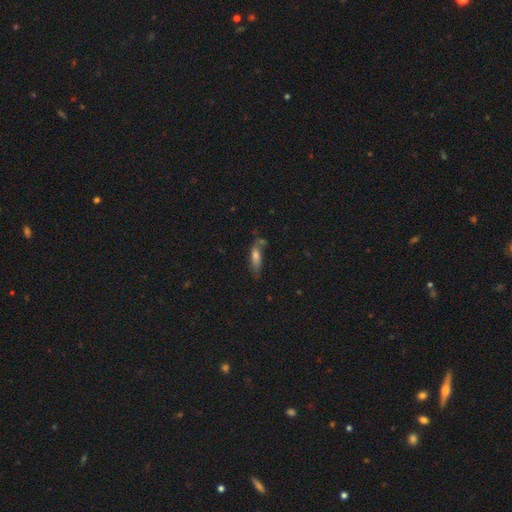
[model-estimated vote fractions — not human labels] Smooth or featured? smooth (60%)
How rounded? in between (48%, tied with cigar-shaped)
Merging? none (53%)